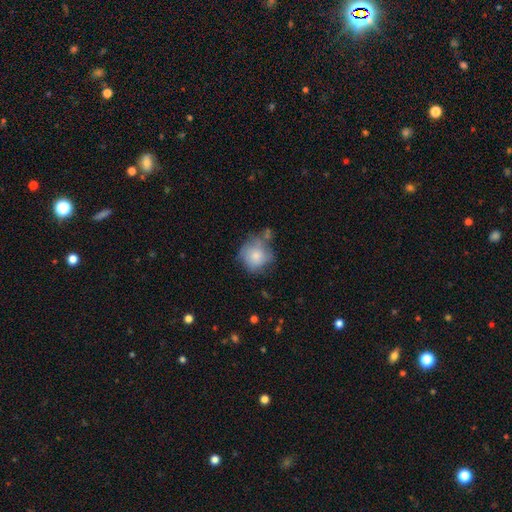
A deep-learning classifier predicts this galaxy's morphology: Q: Smooth or featured?
A: smooth (72%); runner-up: featured or disk (20%)
Q: How rounded?
A: round (83%); runner-up: in between (16%)
Q: Merging?
A: none (47%); runner-up: minor disturbance (30%)